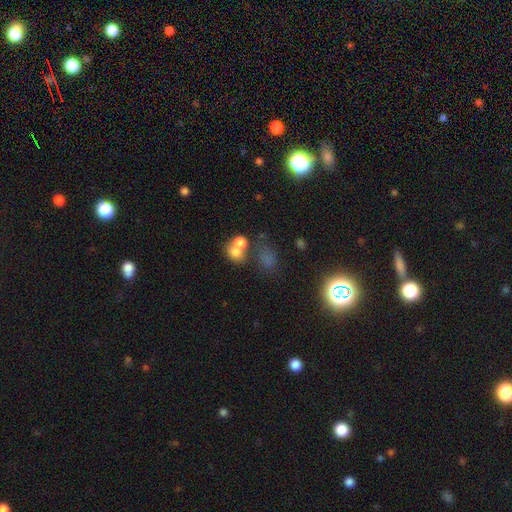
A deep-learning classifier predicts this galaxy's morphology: Q: Smooth or featured?
A: star or artifact (52%); runner-up: smooth (34%)